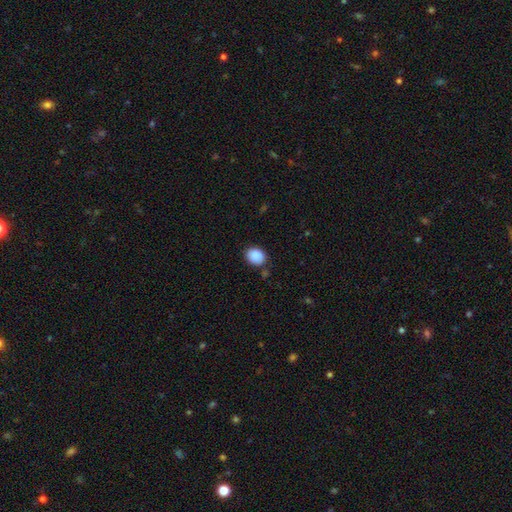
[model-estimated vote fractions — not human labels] smooth-or-featured: smooth: 89% | star or artifact: 8% | featured or disk: 3%
  how-rounded: in between: 52% | round: 47% | cigar-shaped: 1%
  merging: none: 79% | minor disturbance: 14% | merger: 4% | major disturbance: 3%